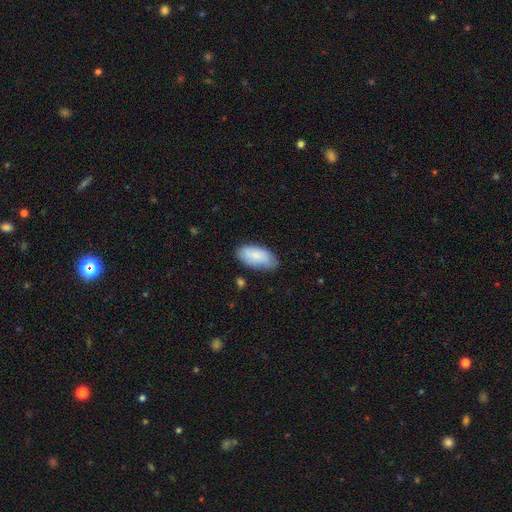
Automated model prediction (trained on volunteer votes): smooth 84%, featured or disk 10%, star or artifact 6%. Down the decision tree: how rounded — in between (93%); merging — none (76%).